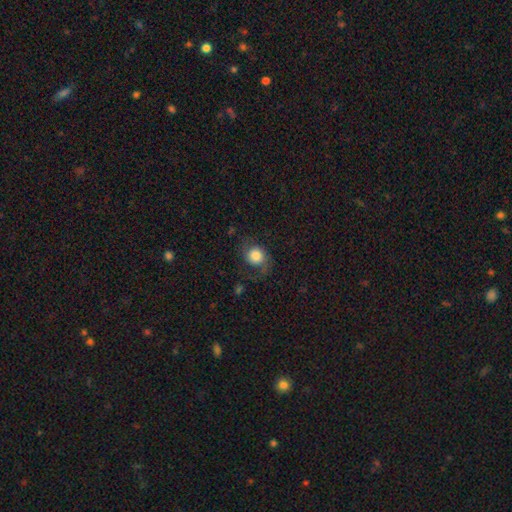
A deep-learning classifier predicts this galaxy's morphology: Overall: smooth (63%; featured or disk 28%). How rounded: round (72%). Merging: none (57%; minor disturbance 22%).